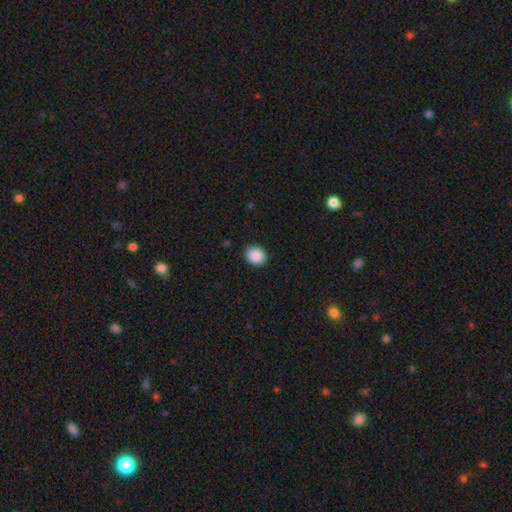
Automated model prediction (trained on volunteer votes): Q: Smooth or featured?
A: smooth (90%); runner-up: star or artifact (8%)
Q: How rounded?
A: round (53%); runner-up: in between (46%)
Q: Merging?
A: none (90%); runner-up: minor disturbance (7%)